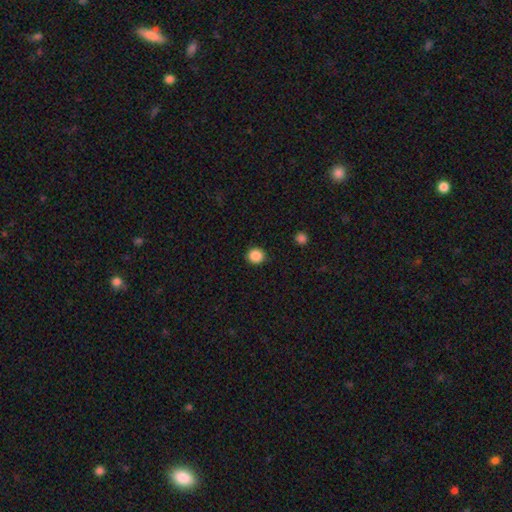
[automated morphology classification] Smooth or featured? Predicted: smooth (p=0.87). How rounded? Predicted: round (p=0.91). Merging? Predicted: none (p=0.92).